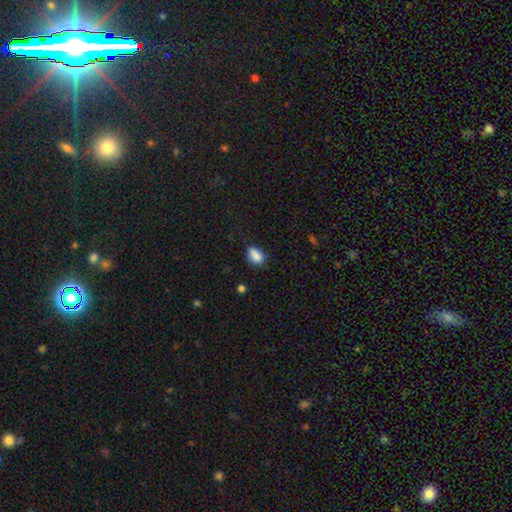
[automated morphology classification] This appears to be a smooth galaxy with no disk features (83%) that is in between round and cigar-shaped (72%). Merging: none (59%).